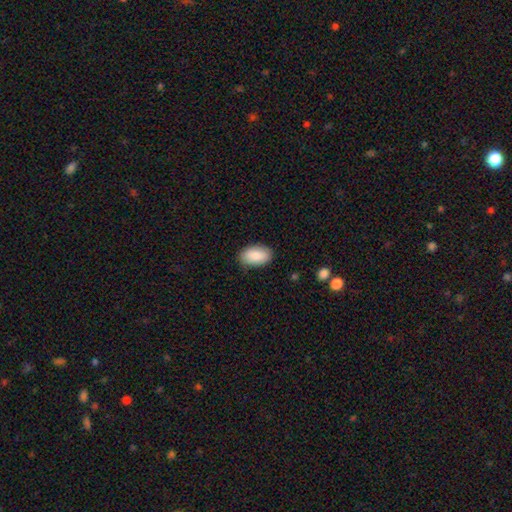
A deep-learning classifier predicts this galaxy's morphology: smooth_or_featured: smooth (p=0.88) [alt: star or artifact p=0.06]
how_rounded: in between (p=0.94) [alt: round p=0.05]
merging: none (p=0.85) [alt: minor disturbance p=0.11]